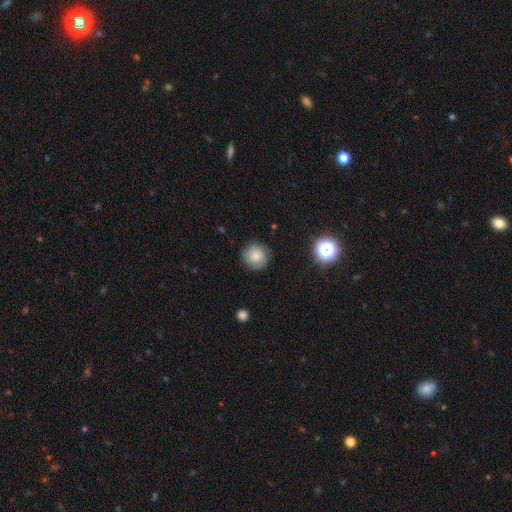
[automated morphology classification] Smooth or featured: smooth — 79% (featured or disk — 11%)
How rounded: round — 94% (in between — 5%)
Merging: none — 85% (minor disturbance — 11%)